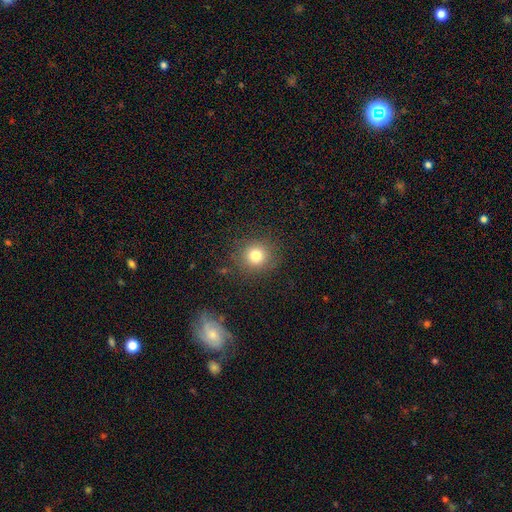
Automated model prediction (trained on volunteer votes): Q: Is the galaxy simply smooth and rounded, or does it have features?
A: smooth — 78%.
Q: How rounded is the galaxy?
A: round — 89%.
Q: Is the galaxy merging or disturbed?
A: none — 86%.